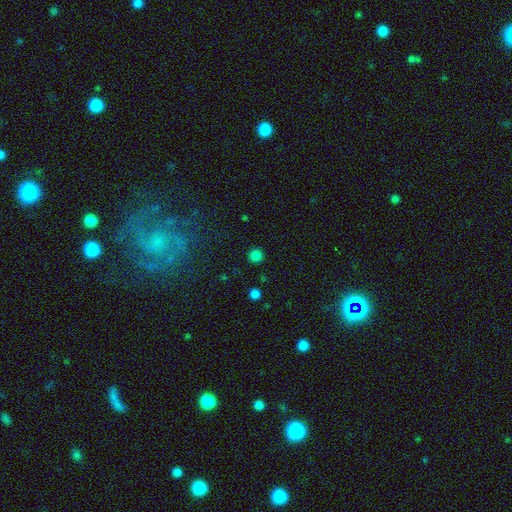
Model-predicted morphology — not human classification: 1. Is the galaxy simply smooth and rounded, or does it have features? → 80% smooth, 16% star or artifact, 4% featured or disk.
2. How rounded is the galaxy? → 95% round, 4% in between, 1% cigar-shaped.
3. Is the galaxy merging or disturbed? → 91% none, 5% minor disturbance, 2% major disturbance, 2% merger.